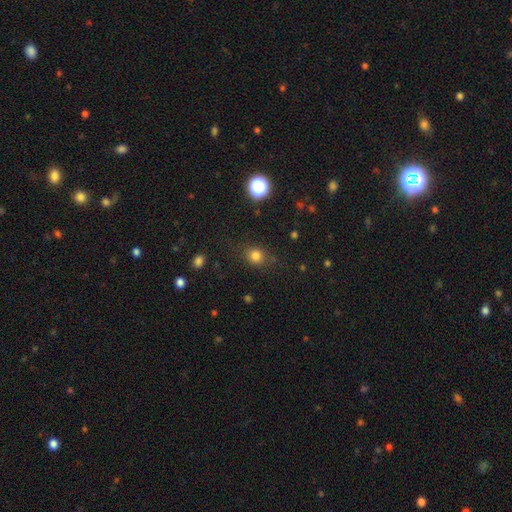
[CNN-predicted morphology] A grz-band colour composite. It shows a smooth galaxy with no disk features (79%) that is round (79%). Merging: none (82%).